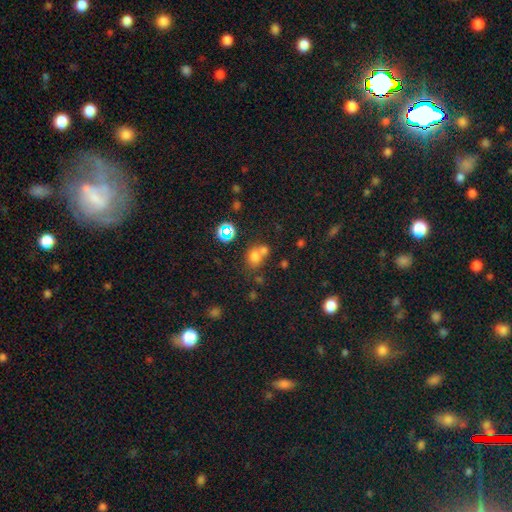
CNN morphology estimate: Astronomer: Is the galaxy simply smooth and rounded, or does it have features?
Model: smooth — 68%.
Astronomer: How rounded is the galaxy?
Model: round — 65%.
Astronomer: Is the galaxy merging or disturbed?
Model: none — 44% (runner-up: merger, 42%).